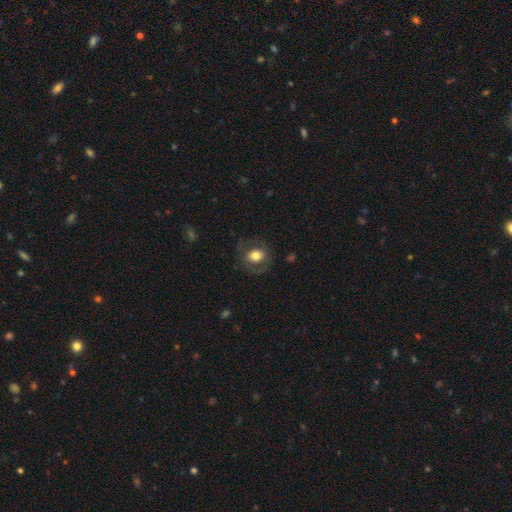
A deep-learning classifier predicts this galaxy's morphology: type=smooth (63%); roundness=round (61%); merging=none (74%).